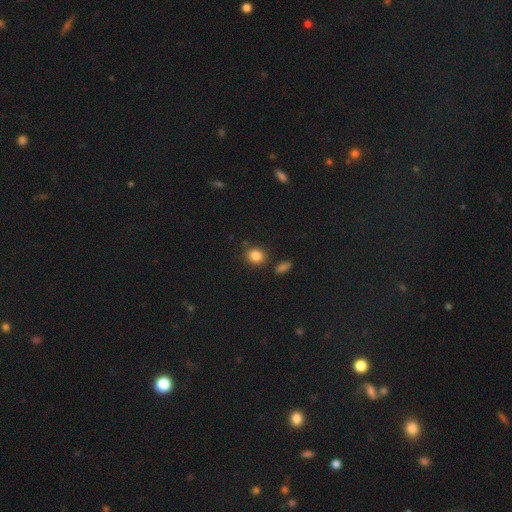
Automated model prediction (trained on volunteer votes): This appears to be a smooth galaxy with no disk features (85%) that is round (71%). Merging: none (82%).